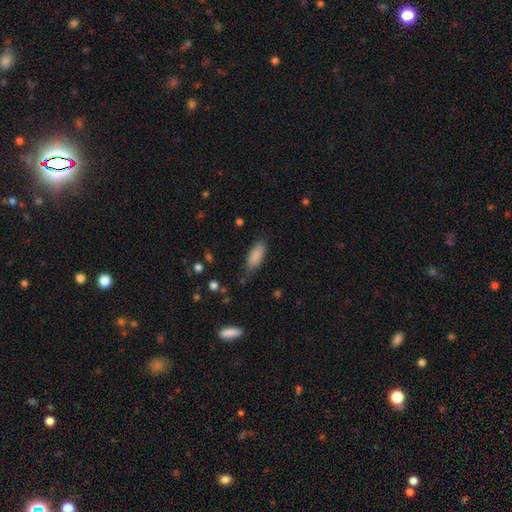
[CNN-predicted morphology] Overall: smooth (87%). How rounded: in between (75%). Merging: none (72%).